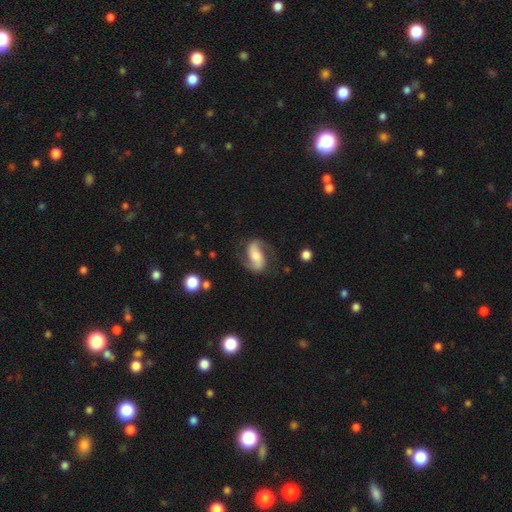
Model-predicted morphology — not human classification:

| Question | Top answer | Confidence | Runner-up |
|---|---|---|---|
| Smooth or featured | featured or disk | 82% | smooth (12%) |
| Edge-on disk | no | 97% | yes (3%) |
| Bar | strong | 39% | weak (32%) |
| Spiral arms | yes | 95% | no (5%) |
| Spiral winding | medium | 46% | loose (37%) |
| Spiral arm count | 2 | 92% | can't tell (3%) |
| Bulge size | moderate | 54% | small (28%) |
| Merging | none | 75% | minor disturbance (15%) |